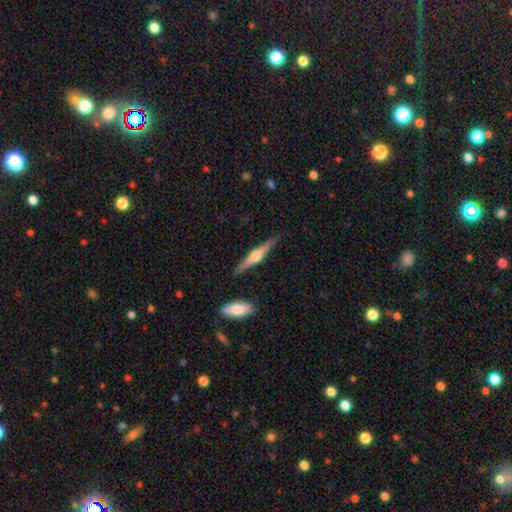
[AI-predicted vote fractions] Smooth or featured? Predicted: featured or disk (p=0.69). Edge-on disk? Predicted: yes (p=0.98). Edge-on bulge? Predicted: rounded (p=0.91). Merging? Predicted: none (p=0.88).